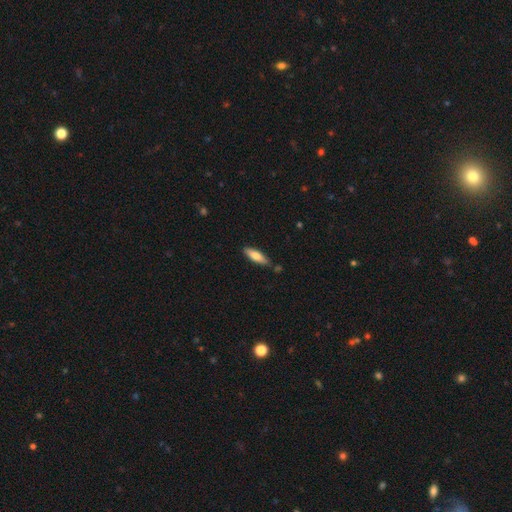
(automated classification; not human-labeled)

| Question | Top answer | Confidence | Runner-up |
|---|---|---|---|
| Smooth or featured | smooth | 70% | featured or disk (24%) |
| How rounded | cigar-shaped | 55% | in between (43%) |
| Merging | none | 81% | minor disturbance (13%) |